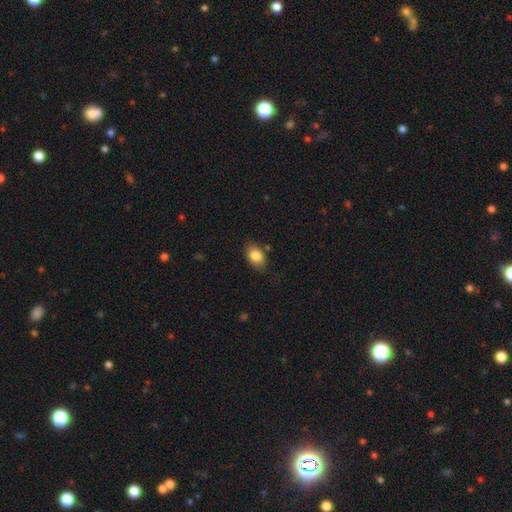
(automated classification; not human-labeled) Morphology: type=smooth (83%); roundness=in between (83%); merging=none (77%).